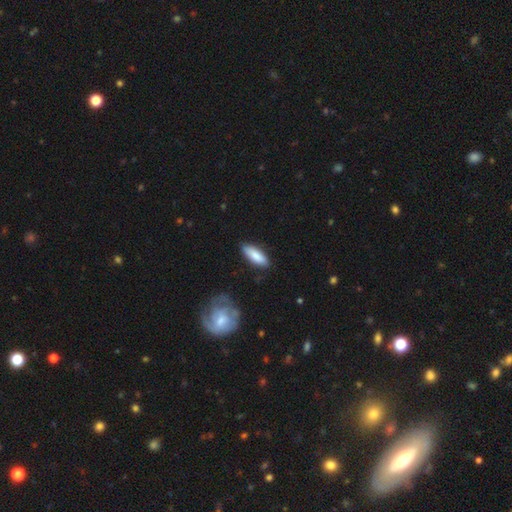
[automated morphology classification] Smooth or featured?
  - smooth: 83% *
  - featured or disk: 11%
  - star or artifact: 5%
How rounded?
  - in between: 62% *
  - cigar-shaped: 36%
  - round: 2%
Merging?
  - none: 83% *
  - minor disturbance: 13%
  - major disturbance: 3%
  - merger: 2%